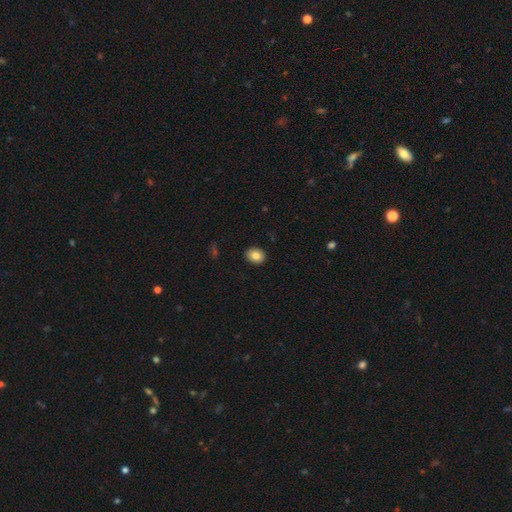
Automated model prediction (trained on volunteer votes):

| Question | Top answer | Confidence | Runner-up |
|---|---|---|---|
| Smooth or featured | smooth | 83% | star or artifact (9%) |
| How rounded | in between | 50% | round (49%) |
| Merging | none | 90% | minor disturbance (7%) |